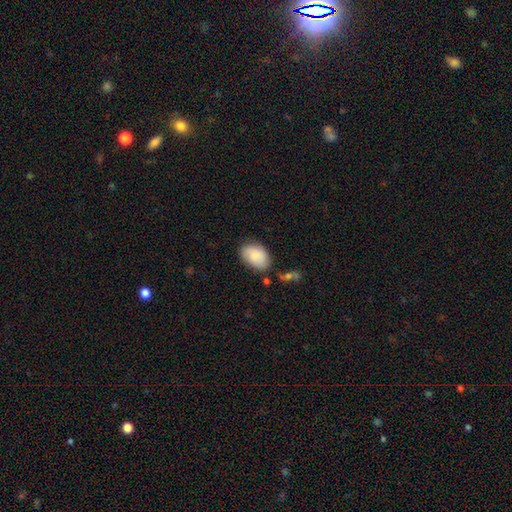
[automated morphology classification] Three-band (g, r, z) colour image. It shows a smooth galaxy with no disk features (83%) that is in between round and cigar-shaped (88%). Merging: none (71%).